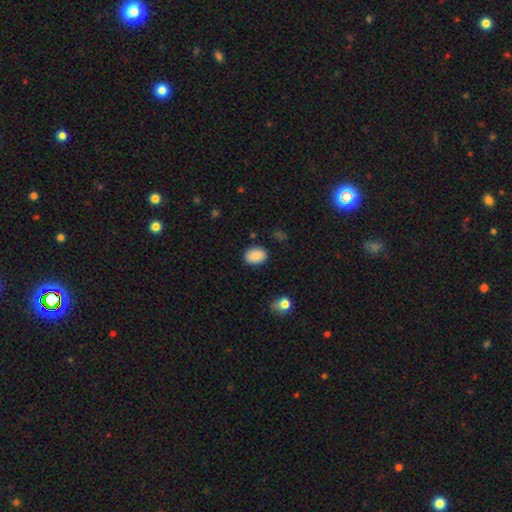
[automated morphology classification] smooth-or-featured: smooth: 89% | star or artifact: 7% | featured or disk: 4%
  how-rounded: in between: 73% | round: 26% | cigar-shaped: 1%
  merging: none: 85% | minor disturbance: 11% | major disturbance: 3% | merger: 2%